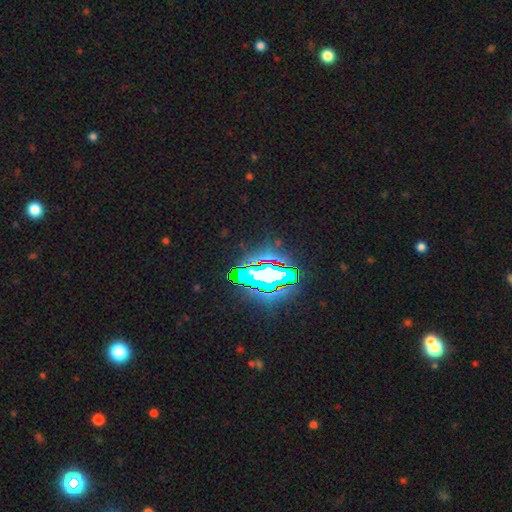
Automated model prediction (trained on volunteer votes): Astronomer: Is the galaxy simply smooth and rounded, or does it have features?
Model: star or artifact — 77%.